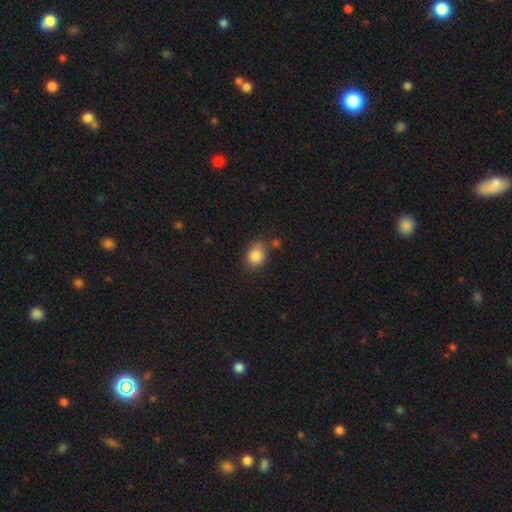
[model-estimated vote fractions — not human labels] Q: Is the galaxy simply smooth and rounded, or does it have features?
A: smooth — 85%.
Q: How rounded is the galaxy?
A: round — 61%.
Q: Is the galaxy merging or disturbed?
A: none — 61%.